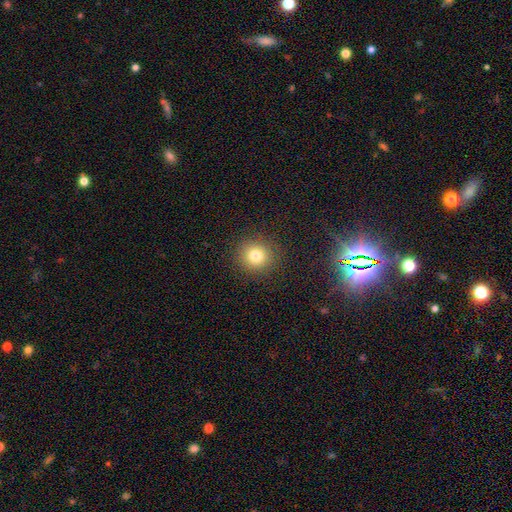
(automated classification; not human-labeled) Smooth or featured?
  - smooth: 79% *
  - star or artifact: 13%
  - featured or disk: 8%
How rounded?
  - round: 91% *
  - in between: 8%
  - cigar-shaped: 1%
Merging?
  - none: 90% *
  - minor disturbance: 6%
  - major disturbance: 3%
  - merger: 1%